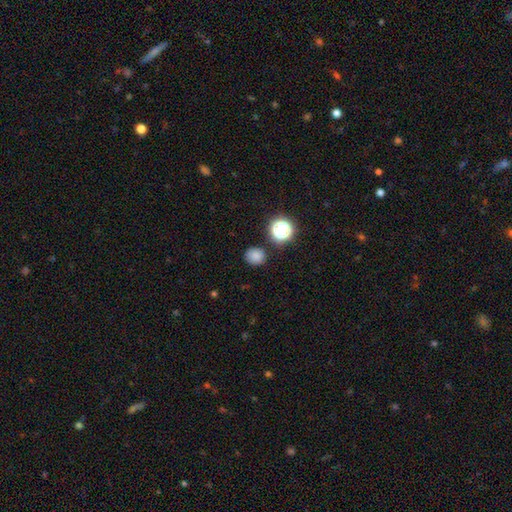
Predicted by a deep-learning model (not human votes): This appears to be a smooth galaxy with no disk features (79%) that is round (83%). Merging: none (84%).